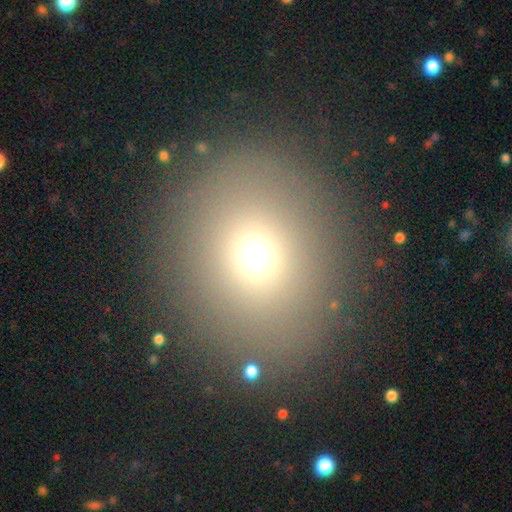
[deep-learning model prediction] smooth_or_featured: smooth (p=0.69) [alt: star or artifact p=0.22]
how_rounded: round (p=0.69) [alt: in between p=0.29]
merging: none (p=0.82) [alt: minor disturbance p=0.09]